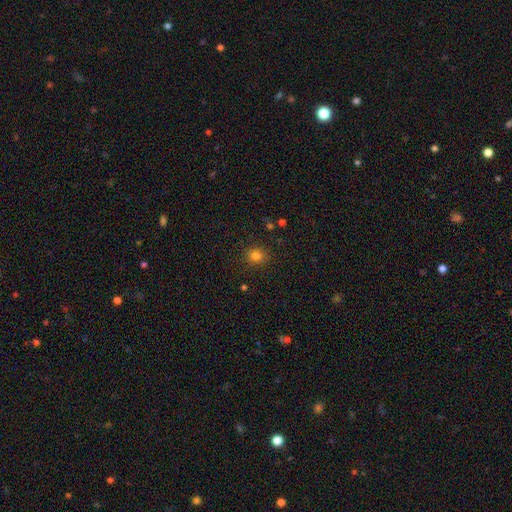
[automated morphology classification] Smooth or featured? smooth (80%)
How rounded? round (81%)
Merging? none (88%)